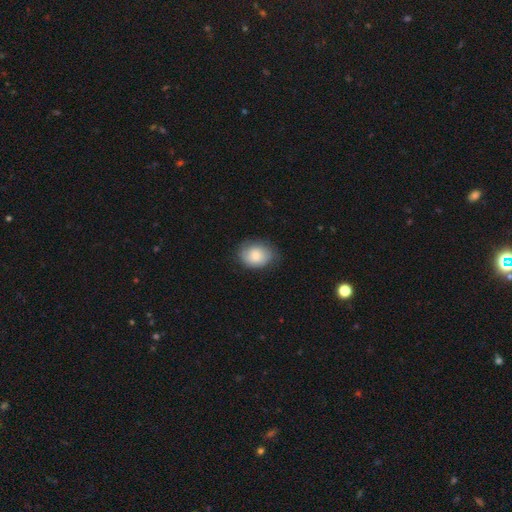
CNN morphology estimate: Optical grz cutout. It shows a smooth galaxy with no disk features (76%) that is in between round and cigar-shaped (52%). Merging: none (68%).